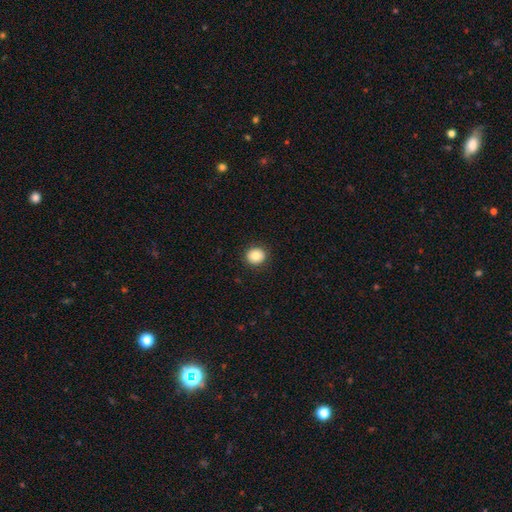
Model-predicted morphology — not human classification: Smooth or featured? smooth (84%)
How rounded? round (85%)
Merging? none (91%)